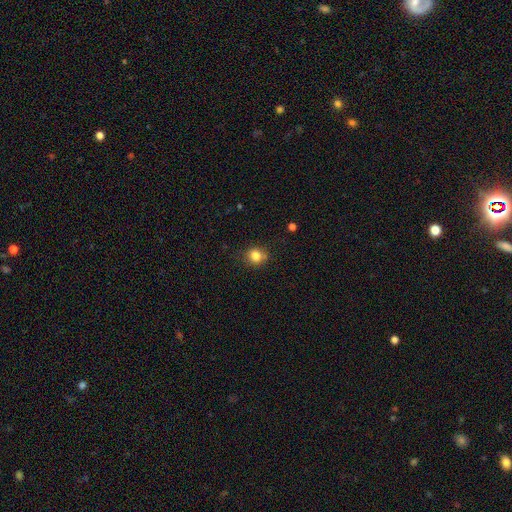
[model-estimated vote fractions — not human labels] Smooth or featured: smooth — 82% (star or artifact — 12%)
How rounded: round — 79% (in between — 20%)
Merging: none — 77% (minor disturbance — 16%)